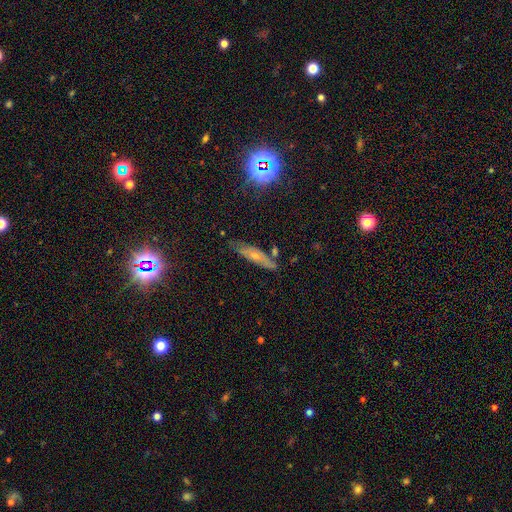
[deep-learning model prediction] This appears to be a smooth galaxy with no disk features (45%). Merging: none (70%).